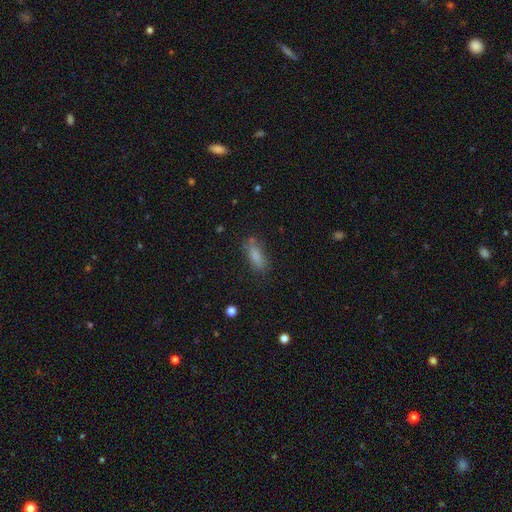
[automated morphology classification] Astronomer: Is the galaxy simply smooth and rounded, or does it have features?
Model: smooth — 82%.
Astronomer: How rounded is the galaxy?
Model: in between — 69%.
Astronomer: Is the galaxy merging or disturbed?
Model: none — 73%.